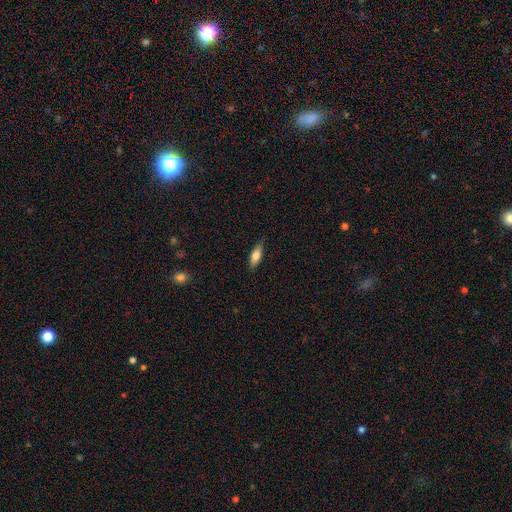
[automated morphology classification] A smooth galaxy with no disk features (74%) that is in between round and cigar-shaped (63%). Merging: none (84%).